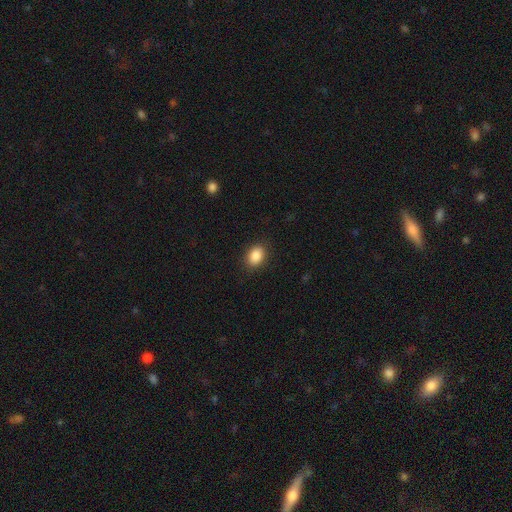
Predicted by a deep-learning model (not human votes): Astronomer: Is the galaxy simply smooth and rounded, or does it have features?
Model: smooth — 87%.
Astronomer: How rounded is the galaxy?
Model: in between — 71%.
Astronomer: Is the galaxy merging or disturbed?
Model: none — 88%.